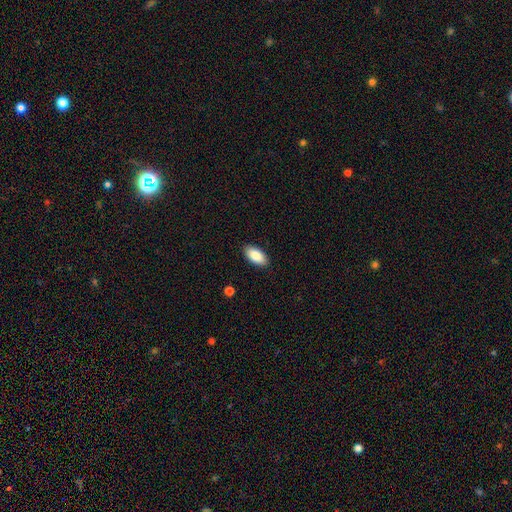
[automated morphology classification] Smooth or featured? smooth (88%)
How rounded? in between (94%)
Merging? none (89%)